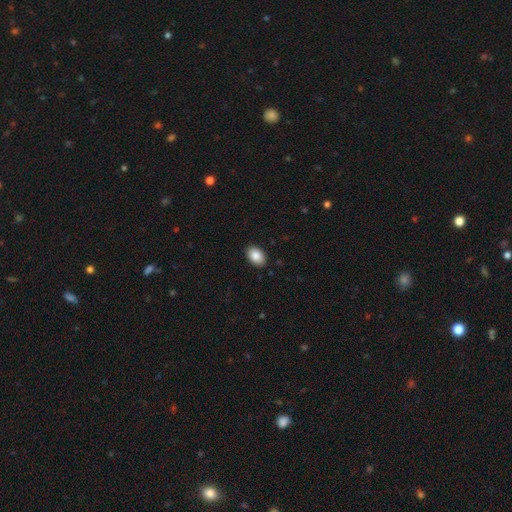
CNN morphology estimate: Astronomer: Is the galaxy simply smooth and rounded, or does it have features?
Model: smooth — 87%.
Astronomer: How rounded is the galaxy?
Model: in between — 87%.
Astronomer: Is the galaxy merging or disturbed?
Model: none — 89%.